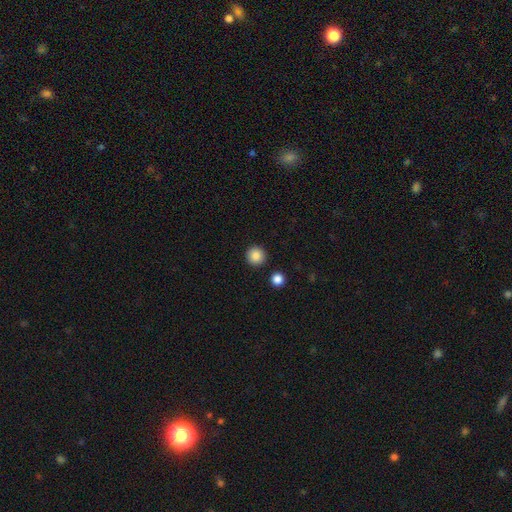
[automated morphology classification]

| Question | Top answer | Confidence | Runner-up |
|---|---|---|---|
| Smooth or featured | smooth | 87% | star or artifact (10%) |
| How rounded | round | 96% | in between (3%) |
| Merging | none | 92% | minor disturbance (4%) |